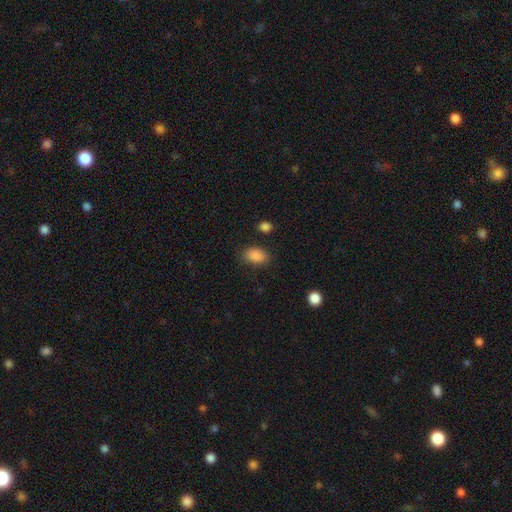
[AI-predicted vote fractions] smooth-or-featured: smooth: 88% | star or artifact: 8% | featured or disk: 4%
  how-rounded: in between: 88% | round: 10% | cigar-shaped: 1%
  merging: none: 82% | minor disturbance: 12% | major disturbance: 4% | merger: 2%